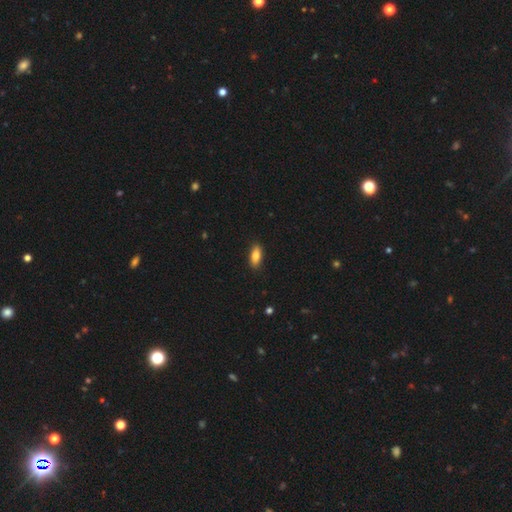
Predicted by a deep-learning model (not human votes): Smooth or featured: smooth — 83% (featured or disk — 10%)
How rounded: in between — 84% (cigar-shaped — 13%)
Merging: none — 88% (minor disturbance — 10%)